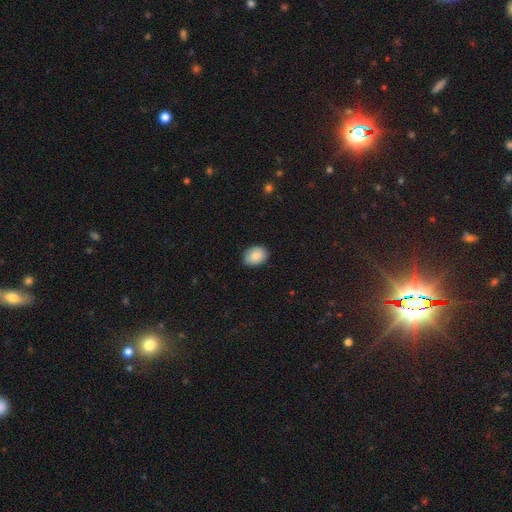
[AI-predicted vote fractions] Smooth or featured? smooth (87%)
How rounded? in between (65%)
Merging? none (86%)